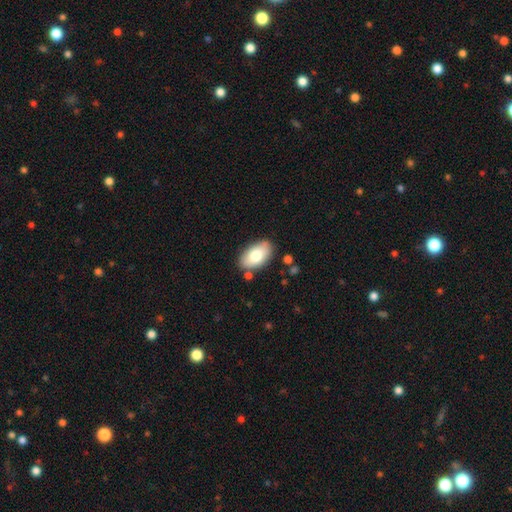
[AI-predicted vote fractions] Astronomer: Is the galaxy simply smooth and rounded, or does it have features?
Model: smooth — 76%.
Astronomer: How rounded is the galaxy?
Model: in between — 94%.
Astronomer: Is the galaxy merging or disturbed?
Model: none — 81%.